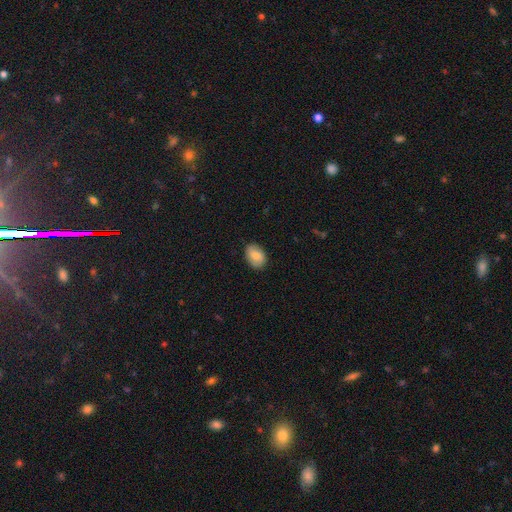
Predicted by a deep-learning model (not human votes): Overall: smooth (77%). How rounded: in between (75%). Merging: none (85%).